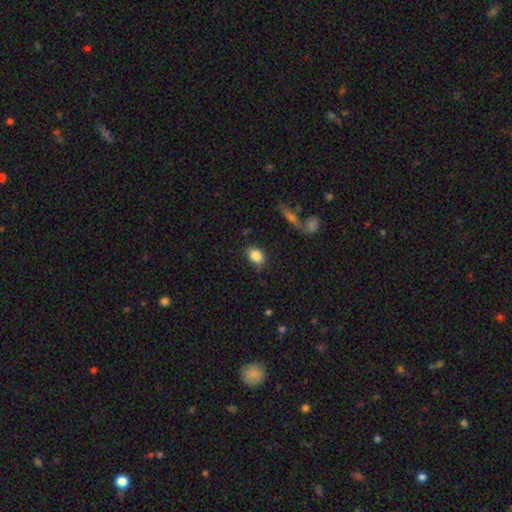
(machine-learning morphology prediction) This appears to be a smooth galaxy with no disk features (85%) that is in between round and cigar-shaped (75%). Merging: none (73%).